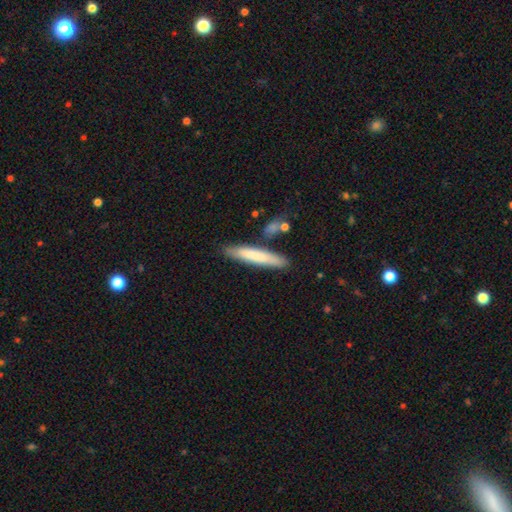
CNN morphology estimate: Q: Smooth or featured?
A: smooth (72%); runner-up: featured or disk (22%)
Q: How rounded?
A: cigar-shaped (92%); runner-up: in between (6%)
Q: Merging?
A: none (82%); runner-up: minor disturbance (11%)